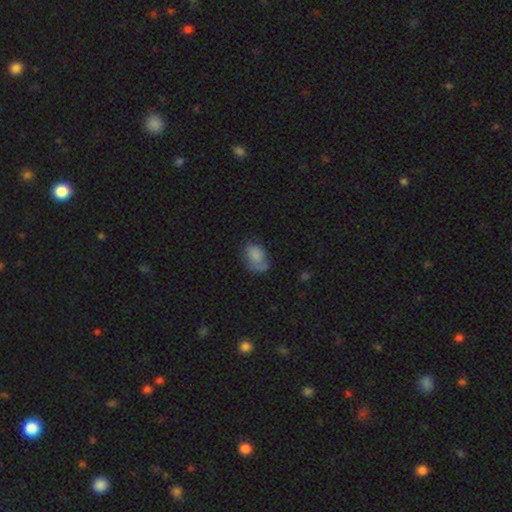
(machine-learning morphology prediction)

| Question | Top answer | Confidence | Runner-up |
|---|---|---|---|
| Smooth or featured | smooth | 76% | featured or disk (15%) |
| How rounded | in between | 83% | round (16%) |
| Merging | none | 45% | minor disturbance (31%) |